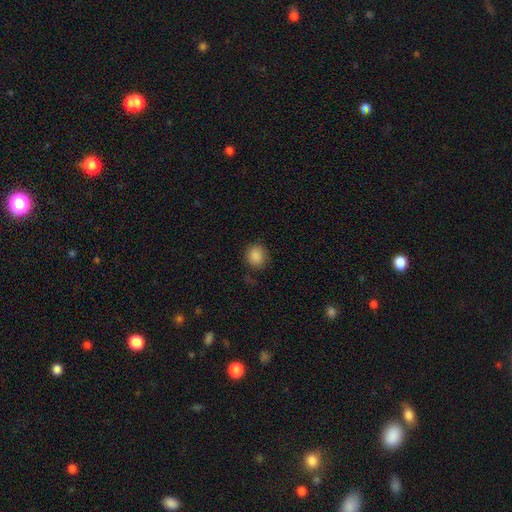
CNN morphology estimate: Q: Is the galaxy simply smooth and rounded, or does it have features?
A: smooth — 87%.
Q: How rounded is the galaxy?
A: round — 77%.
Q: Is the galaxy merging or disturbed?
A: none — 80%.